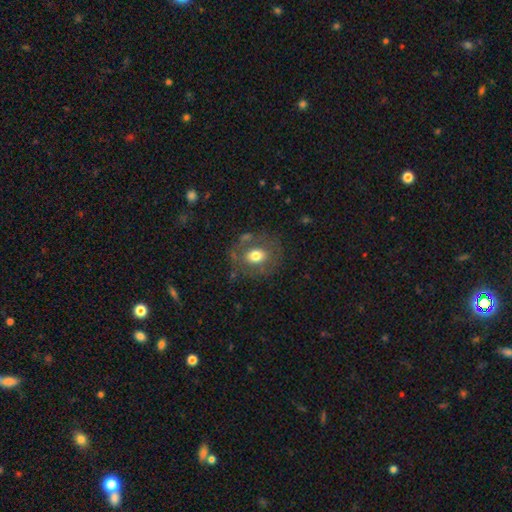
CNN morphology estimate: This is likely a smooth galaxy (61%). How rounded: possibly round (60%). Merging: likely none (72%).